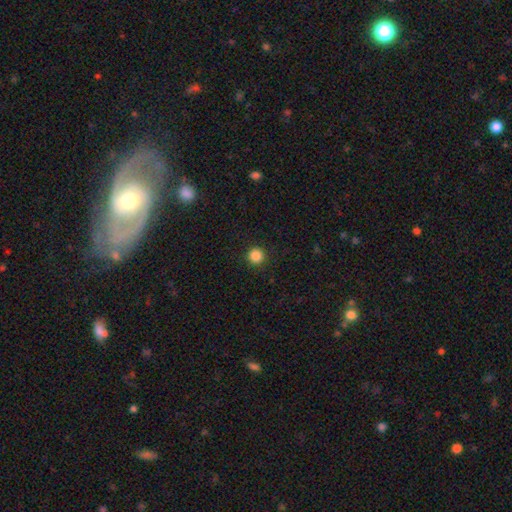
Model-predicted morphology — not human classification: smooth 86%, star or artifact 11%, featured or disk 3%. Down the decision tree: how rounded — round (96%); merging — none (93%).